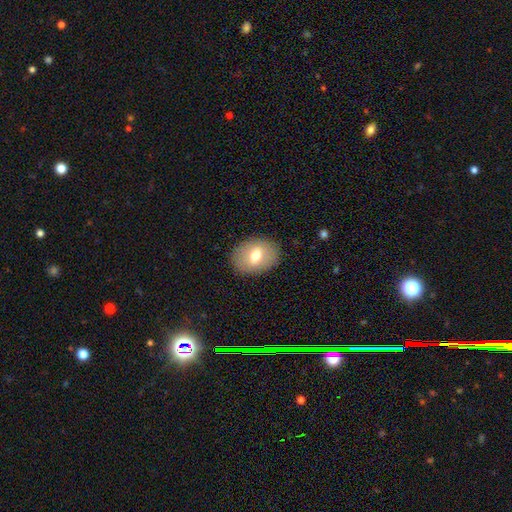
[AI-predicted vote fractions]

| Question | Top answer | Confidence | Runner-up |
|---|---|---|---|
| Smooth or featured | smooth | 64% | featured or disk (28%) |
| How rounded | in between | 67% | round (31%) |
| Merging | none | 86% | minor disturbance (10%) |